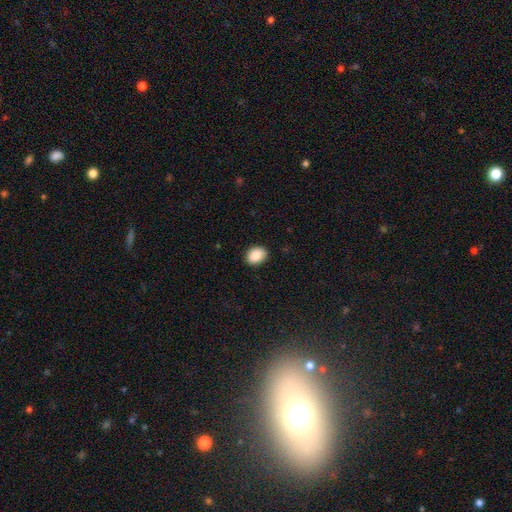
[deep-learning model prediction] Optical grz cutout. It shows a smooth galaxy with no disk features (89%) that is in between round and cigar-shaped (71%). Merging: none (88%).